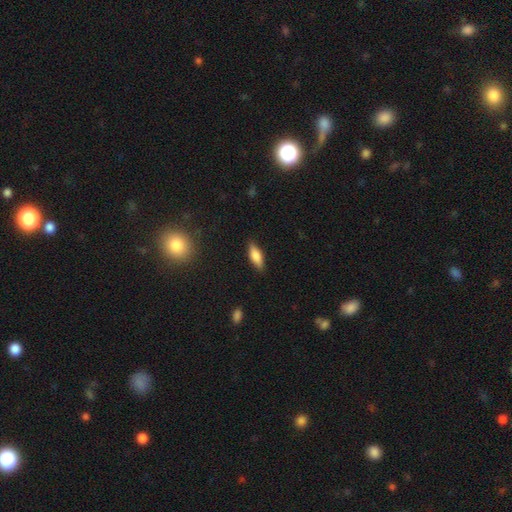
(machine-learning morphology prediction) type=smooth (75%); roundness=in between (62%); merging=none (84%).